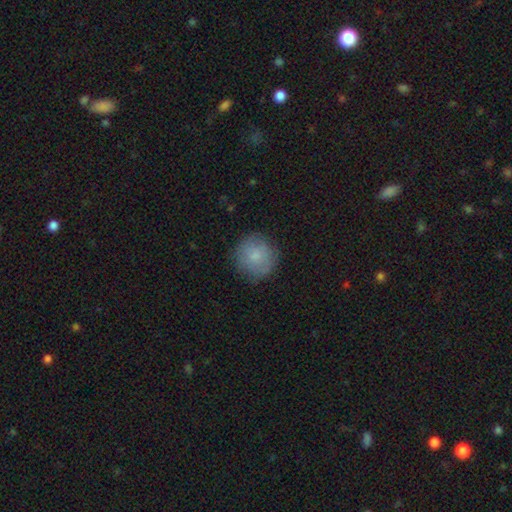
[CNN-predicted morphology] This appears to be a smooth galaxy with no disk features (80%) that is round (93%). Merging: none (82%).